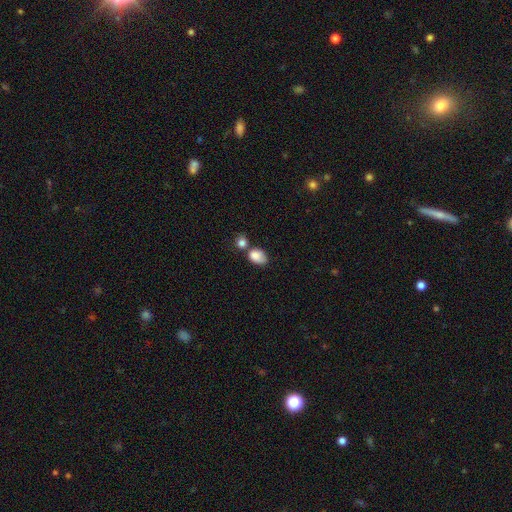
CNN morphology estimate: smooth_or_featured: smooth (p=0.84) [alt: star or artifact p=0.08]
how_rounded: in between (p=0.77) [alt: round p=0.22]
merging: merger (p=0.39) [alt: none p=0.36]